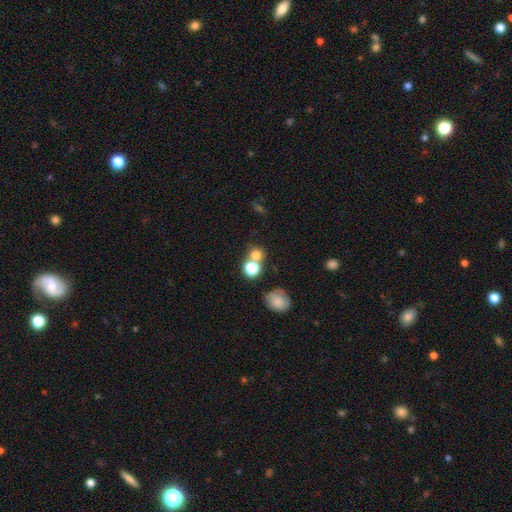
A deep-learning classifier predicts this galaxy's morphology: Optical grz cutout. It shows a smooth galaxy with no disk features (74%) that is round (83%). Merging: none (52%).